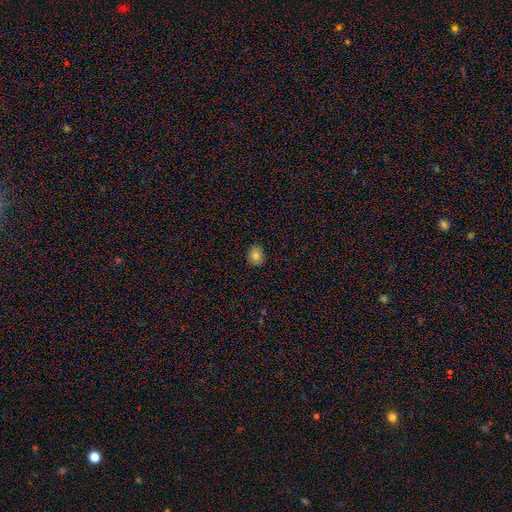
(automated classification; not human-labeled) Smooth or featured?
  - smooth: 78% *
  - featured or disk: 11%
  - star or artifact: 10%
How rounded?
  - round: 63% *
  - in between: 36%
  - cigar-shaped: 1%
Merging?
  - none: 85% *
  - minor disturbance: 12%
  - major disturbance: 2%
  - merger: 1%